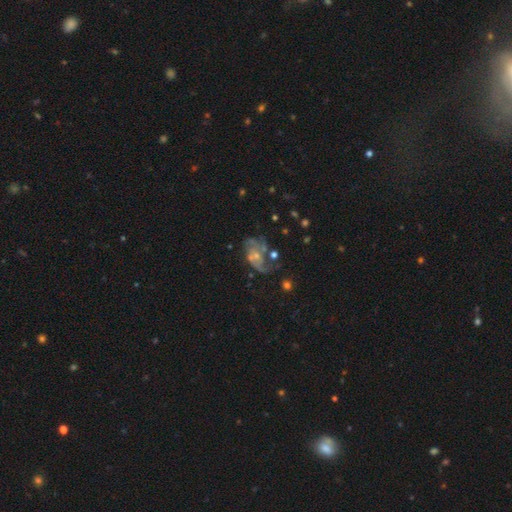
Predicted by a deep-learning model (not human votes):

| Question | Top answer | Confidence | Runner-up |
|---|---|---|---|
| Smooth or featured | featured or disk | 74% | smooth (17%) |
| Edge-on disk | no | 97% | yes (3%) |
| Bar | no | 74% | weak (22%) |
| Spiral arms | yes | 81% | no (19%) |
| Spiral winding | medium | 43% | loose (37%) |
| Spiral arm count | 2 | 41% | can't tell (25%) |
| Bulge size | small | 63% | moderate (26%) |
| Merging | none | 37% | major disturbance (32%) |